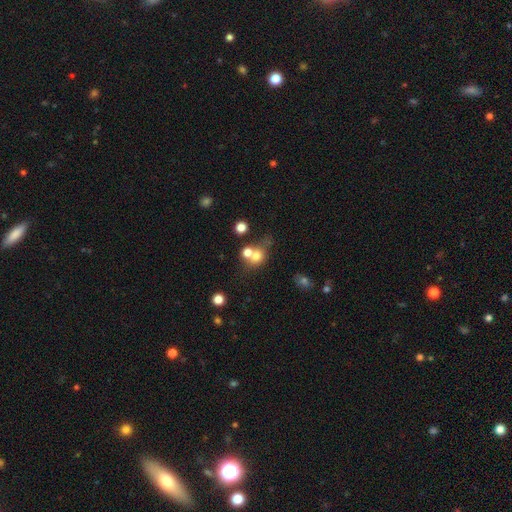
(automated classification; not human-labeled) The model was most divided on "merging": merger: 48%, none: 37%, minor disturbance: 9%, major disturbance: 6%. More confident: how rounded — round (72%); smooth or featured — smooth (70%).